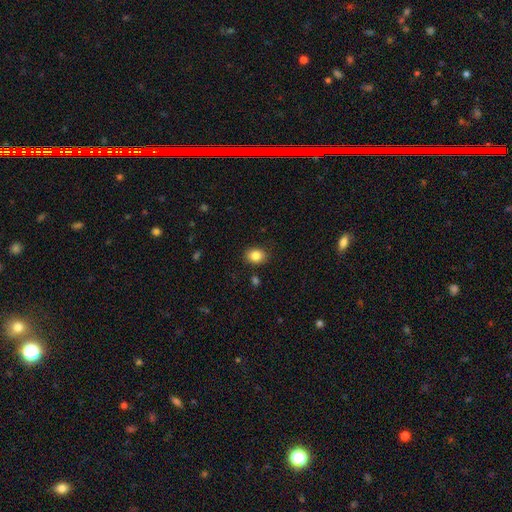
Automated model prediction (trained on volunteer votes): Q: Smooth or featured?
A: smooth (85%); runner-up: star or artifact (10%)
Q: How rounded?
A: round (50%); runner-up: in between (49%)
Q: Merging?
A: none (86%); runner-up: minor disturbance (10%)